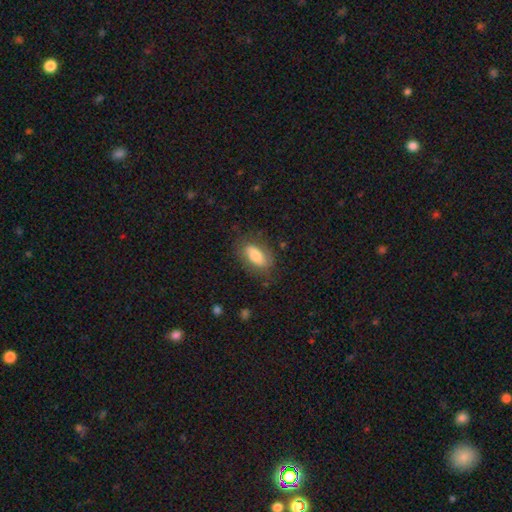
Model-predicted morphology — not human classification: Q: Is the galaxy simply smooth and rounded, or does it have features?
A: smooth — 68%.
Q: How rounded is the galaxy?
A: in between — 86%.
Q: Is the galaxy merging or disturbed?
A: none — 75%.